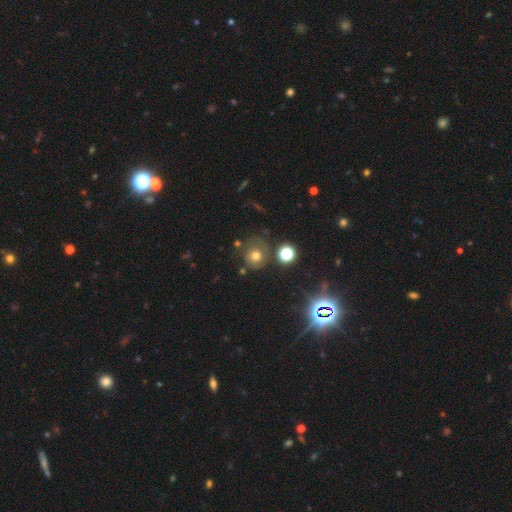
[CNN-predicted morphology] smooth-or-featured: smooth: 60% | star or artifact: 22% | featured or disk: 18%
  how-rounded: round: 86% | in between: 13% | cigar-shaped: 1%
  merging: none: 69% | minor disturbance: 16% | major disturbance: 8% | merger: 7%